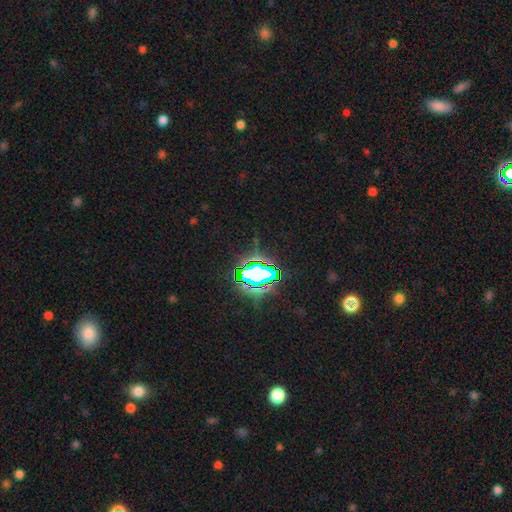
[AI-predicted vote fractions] Morphology: type=star or artifact (79%).